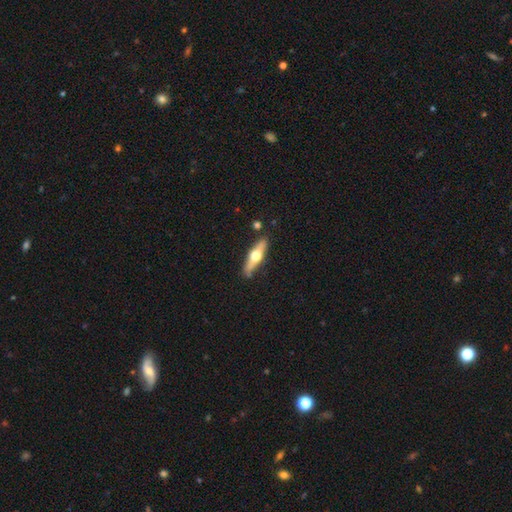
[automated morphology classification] featured or disk 57%, smooth 38%, star or artifact 5%. Down the decision tree: edge-on disk — yes (91%); edge-on bulge — rounded (95%); merging — none (84%).